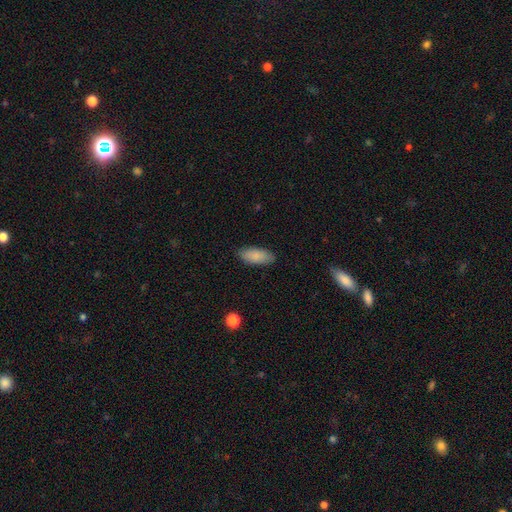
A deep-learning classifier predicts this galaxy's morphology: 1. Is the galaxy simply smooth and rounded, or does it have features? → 87% smooth, 7% featured or disk, 6% star or artifact.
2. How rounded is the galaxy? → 83% in between, 15% cigar-shaped, 2% round.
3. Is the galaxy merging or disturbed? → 85% none, 11% minor disturbance, 2% major disturbance, 1% merger.